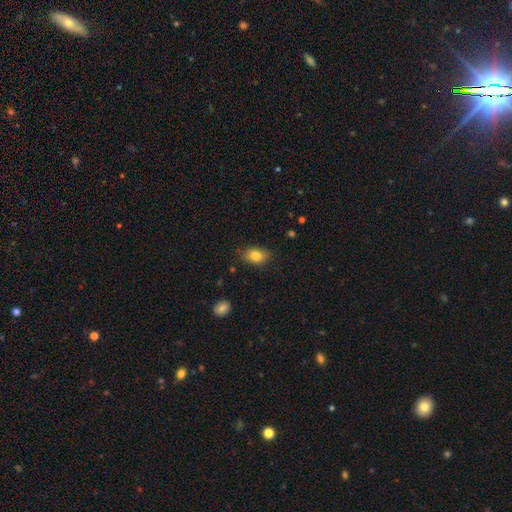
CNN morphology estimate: Smooth or featured? Predicted: smooth (p=0.82). How rounded? Predicted: in between (p=0.80). Merging? Predicted: none (p=0.82).